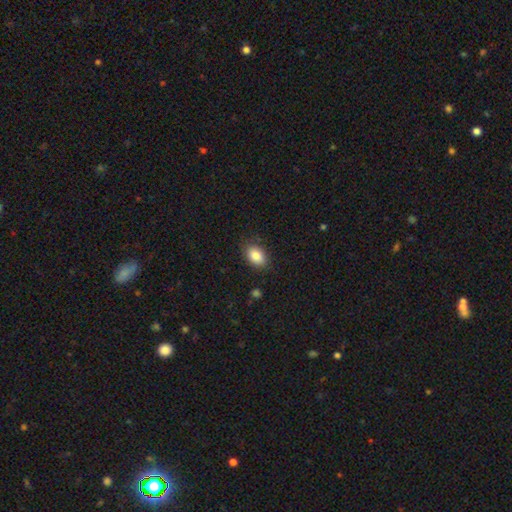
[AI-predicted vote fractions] A smooth galaxy with no disk features (86%) that is in between round and cigar-shaped (85%). Merging: none (84%).